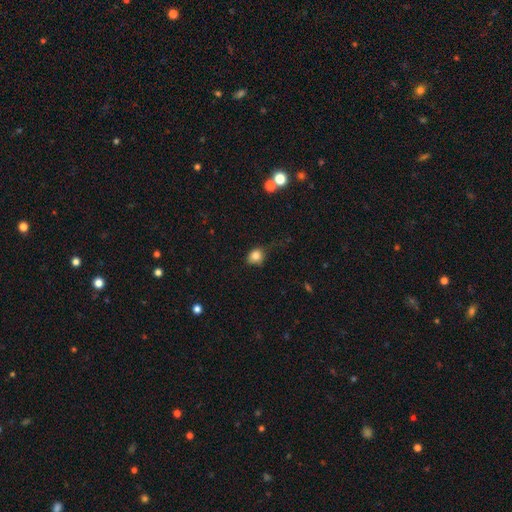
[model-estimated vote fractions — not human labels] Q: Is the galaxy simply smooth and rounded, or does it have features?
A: smooth — 81%.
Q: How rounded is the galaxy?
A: round — 64%.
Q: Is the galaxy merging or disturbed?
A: none — 52%.